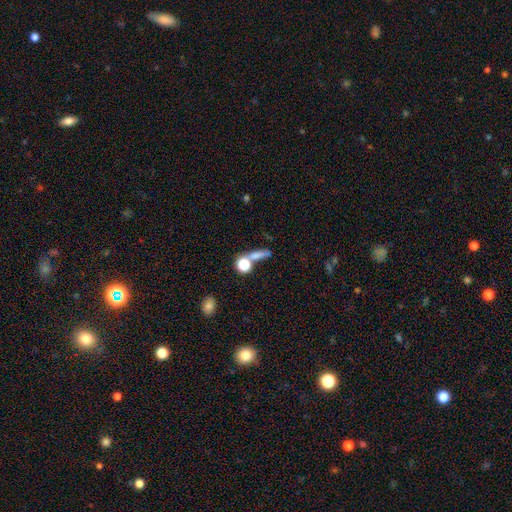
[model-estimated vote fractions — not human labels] smooth 67%, star or artifact 18%, featured or disk 16%. Down the decision tree: how rounded — cigar-shaped (46%); merging — none (53%).